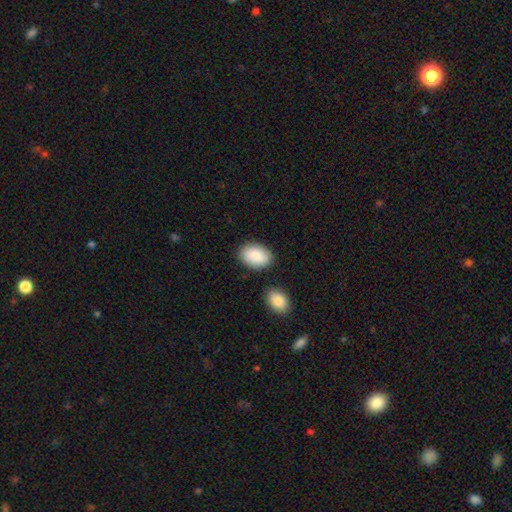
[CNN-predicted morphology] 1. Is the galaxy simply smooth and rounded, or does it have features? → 89% smooth, 6% featured or disk, 6% star or artifact.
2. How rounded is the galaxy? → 86% in between, 13% round, 1% cigar-shaped.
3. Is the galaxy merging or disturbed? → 80% none, 12% minor disturbance, 5% merger, 3% major disturbance.